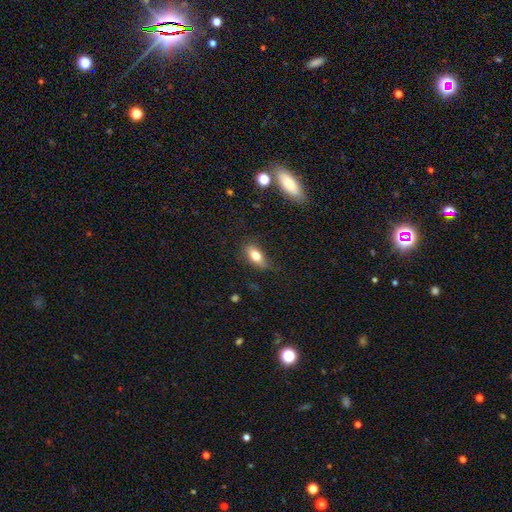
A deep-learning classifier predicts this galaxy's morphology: A smooth galaxy with no disk features (77%) that is in between round and cigar-shaped (84%).

Vote fractions:
- Smooth or featured? smooth: 77% / featured or disk: 14% / star or artifact: 8%
- How rounded? in between: 84% / cigar-shaped: 11% / round: 5%
- Merging? none: 74% / minor disturbance: 19% / major disturbance: 5% / merger: 2%